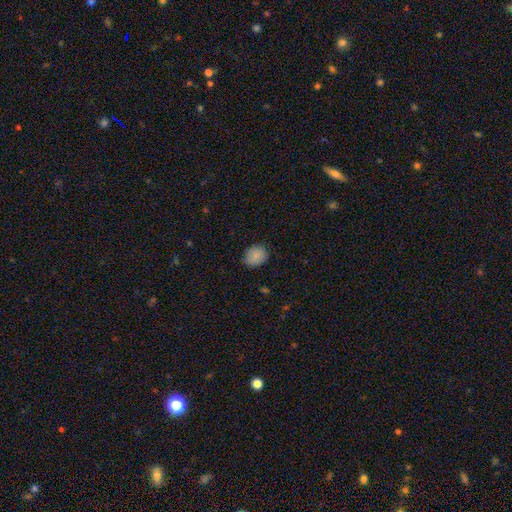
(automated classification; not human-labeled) Smooth or featured: smooth — 87% (star or artifact — 8%)
How rounded: round — 54% (in between — 45%)
Merging: none — 84% (minor disturbance — 13%)